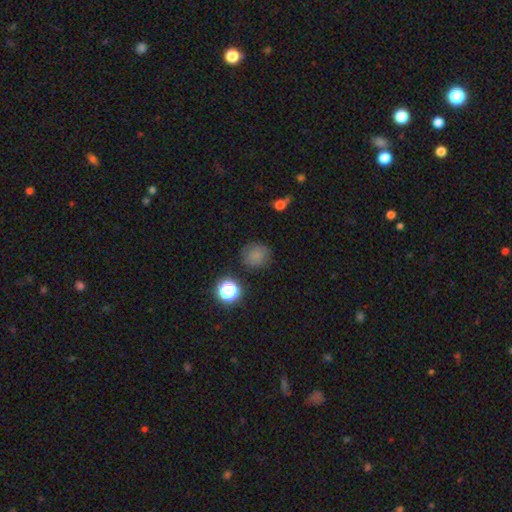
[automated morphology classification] A smooth galaxy with no disk features (76%) that is round (88%).

Vote fractions:
- Smooth or featured? smooth: 76% / star or artifact: 16% / featured or disk: 8%
- How rounded? round: 88% / in between: 11% / cigar-shaped: 1%
- Merging? none: 81% / minor disturbance: 12% / major disturbance: 4% / merger: 2%